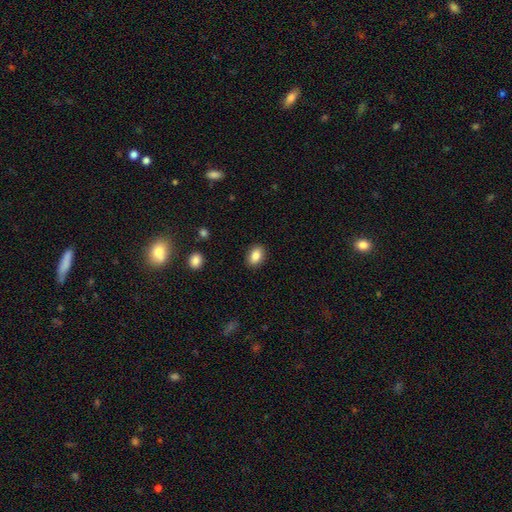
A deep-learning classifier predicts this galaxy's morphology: Smooth or featured? smooth (86%)
How rounded? in between (81%)
Merging? none (89%)